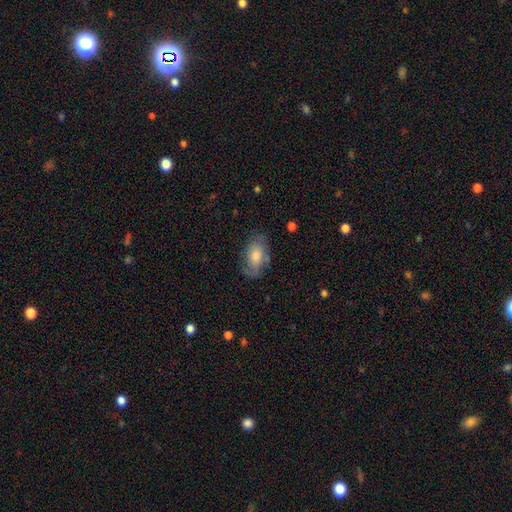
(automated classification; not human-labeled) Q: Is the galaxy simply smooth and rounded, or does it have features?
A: smooth — 49%.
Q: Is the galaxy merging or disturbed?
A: none — 70%.